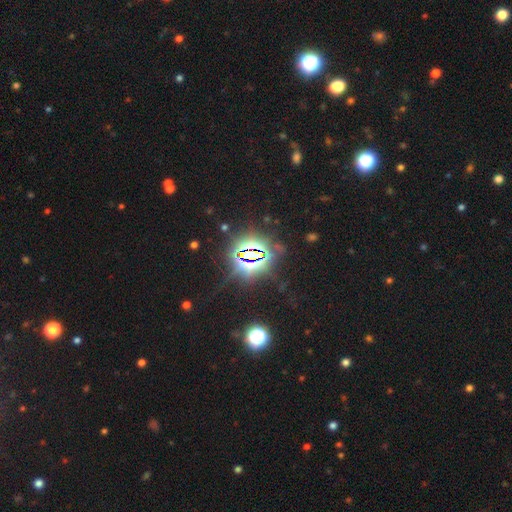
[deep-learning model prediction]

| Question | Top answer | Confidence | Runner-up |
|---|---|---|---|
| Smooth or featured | star or artifact | 84% | smooth (9%) |